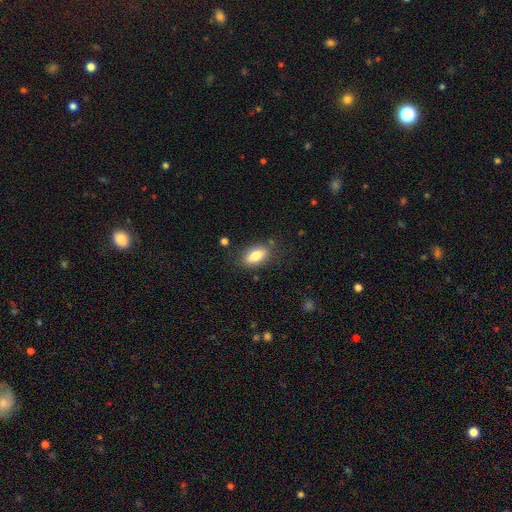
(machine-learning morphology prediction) This appears to be a smooth galaxy with no disk features (79%) that is in between round and cigar-shaped (84%). Merging: none (82%).